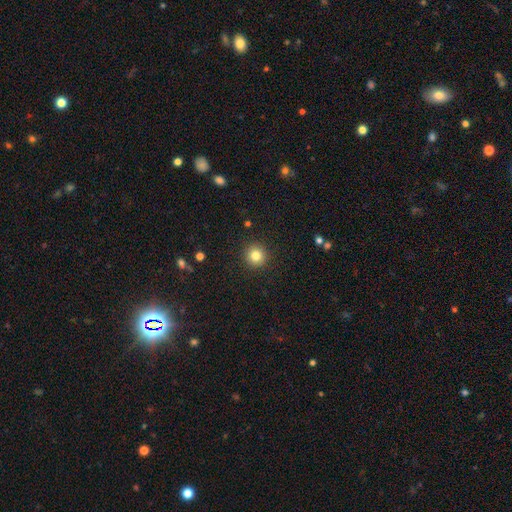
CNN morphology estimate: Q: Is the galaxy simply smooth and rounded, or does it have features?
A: smooth — 82%.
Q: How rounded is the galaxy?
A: round — 95%.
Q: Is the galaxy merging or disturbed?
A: none — 92%.